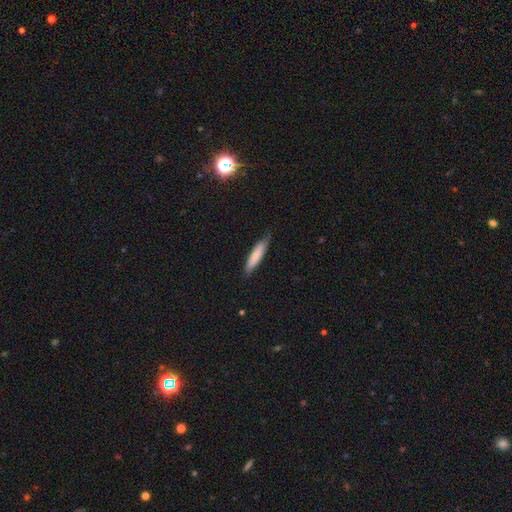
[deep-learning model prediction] A smooth galaxy with no disk features (74%) that is cigar-shaped (82%). Merging: none (76%).